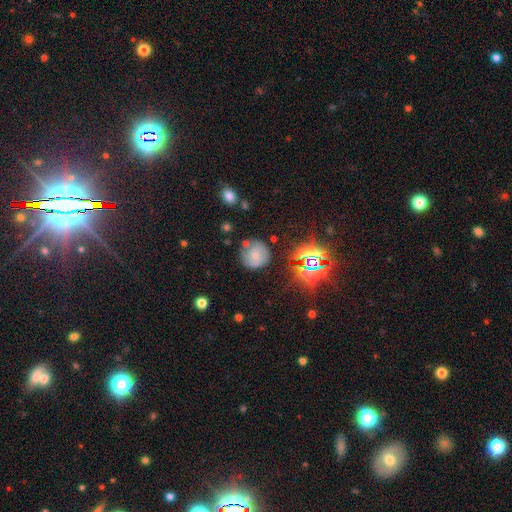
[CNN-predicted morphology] This is possibly a smooth galaxy (52%). How rounded: clearly round (90%). Merging: likely none (67%).